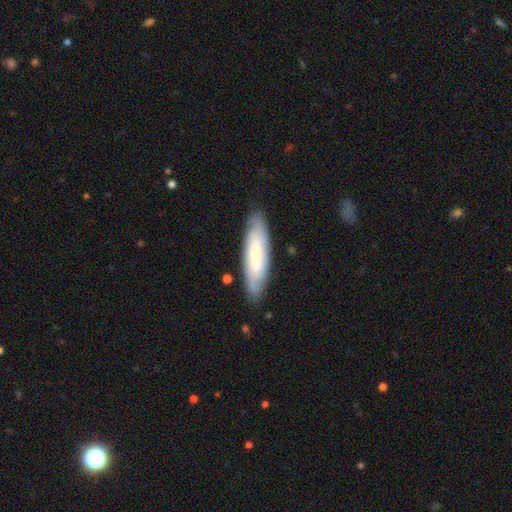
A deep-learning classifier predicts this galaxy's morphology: Smooth or featured: smooth — 59% (featured or disk — 35%)
How rounded: cigar-shaped — 65% (in between — 33%)
Merging: none — 84% (minor disturbance — 12%)